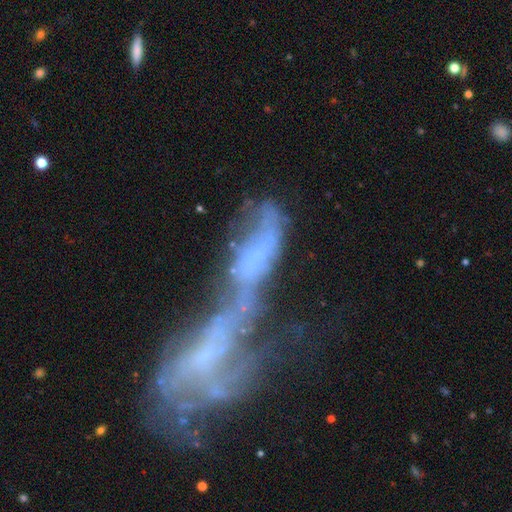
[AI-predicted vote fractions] Morphology: type=featured or disk (54%); edge-on=no (83%); merging=merger (70%).